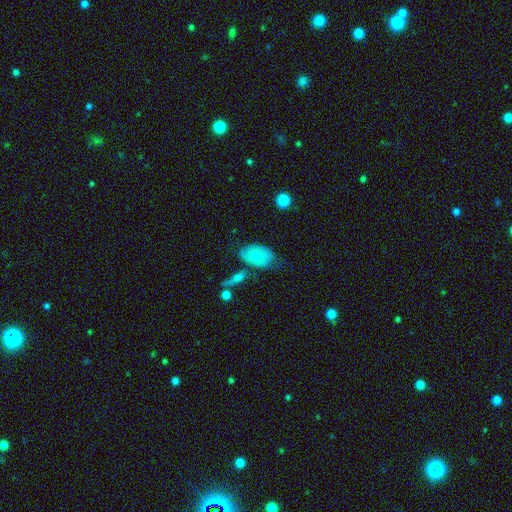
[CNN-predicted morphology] Smooth or featured: smooth — 60% (featured or disk — 34%)
How rounded: in between — 87% (round — 12%)
Merging: none — 49% (minor disturbance — 29%)